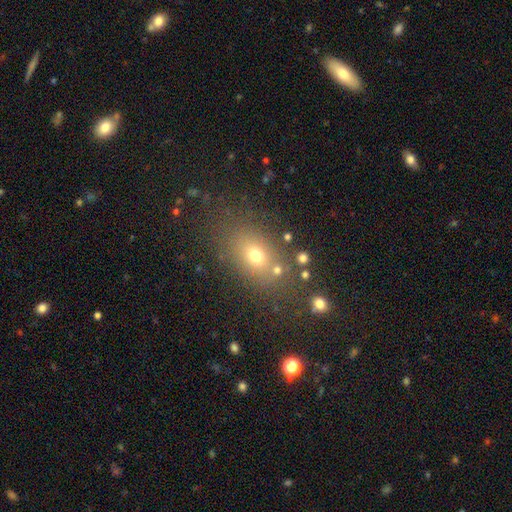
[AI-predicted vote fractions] Q: Smooth or featured?
A: smooth (67%); runner-up: star or artifact (18%)
Q: How rounded?
A: in between (70%); runner-up: round (27%)
Q: Merging?
A: none (73%); runner-up: minor disturbance (13%)